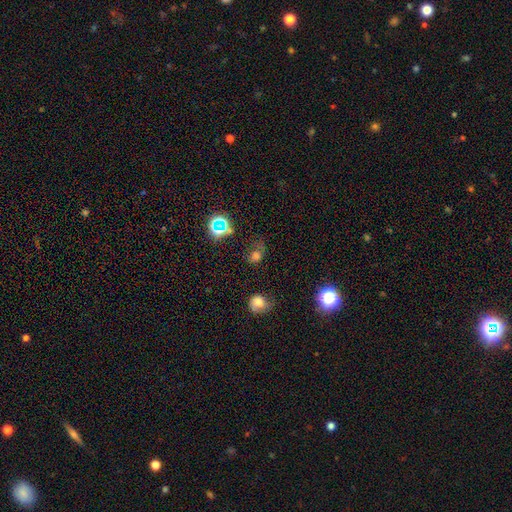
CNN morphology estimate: Smooth or featured? Predicted: smooth (p=0.60). How rounded? Predicted: in between (p=0.55). Merging? Predicted: none (p=0.37).